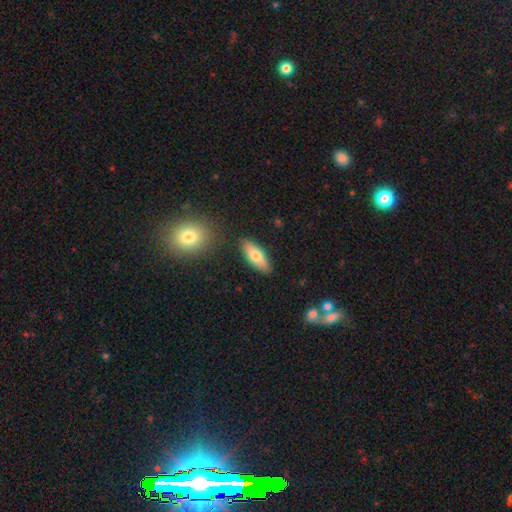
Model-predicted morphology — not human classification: Q: Smooth or featured?
A: smooth (72%); runner-up: featured or disk (22%)
Q: How rounded?
A: in between (72%); runner-up: cigar-shaped (26%)
Q: Merging?
A: none (85%); runner-up: minor disturbance (9%)